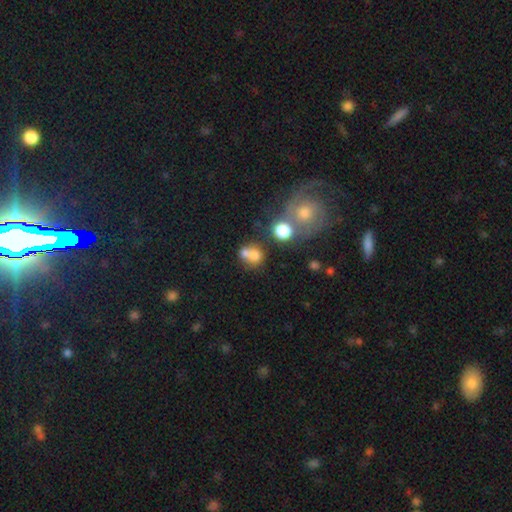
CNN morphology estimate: Smooth or featured: smooth — 71% (featured or disk — 16%)
How rounded: round — 71% (in between — 28%)
Merging: merger — 51% (none — 34%)